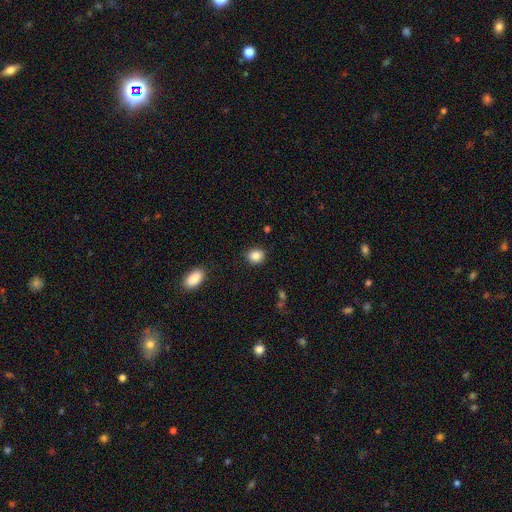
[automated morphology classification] smooth 86%, star or artifact 9%, featured or disk 5%. Down the decision tree: how rounded — round (76%); merging — none (88%).